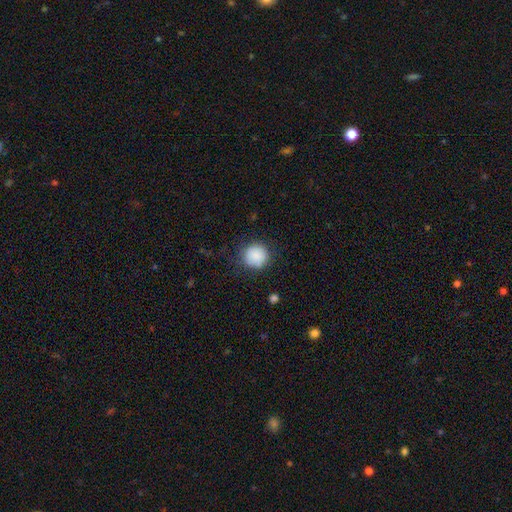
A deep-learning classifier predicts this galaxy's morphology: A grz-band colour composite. It shows a smooth galaxy with no disk features (88%) that is round (90%). Merging: none (81%).